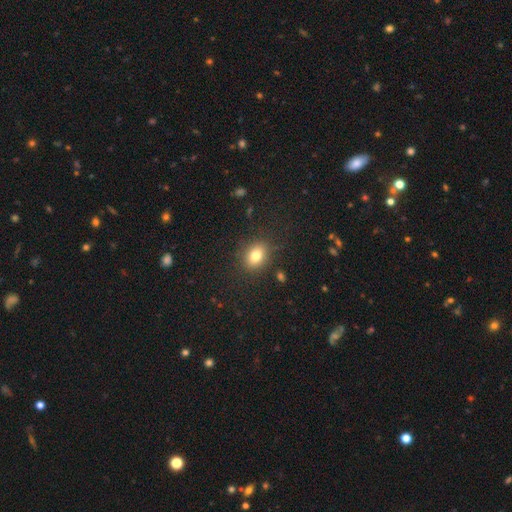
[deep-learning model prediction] A smooth galaxy with no disk features (79%) that is in between round and cigar-shaped (59%). Merging: none (85%).